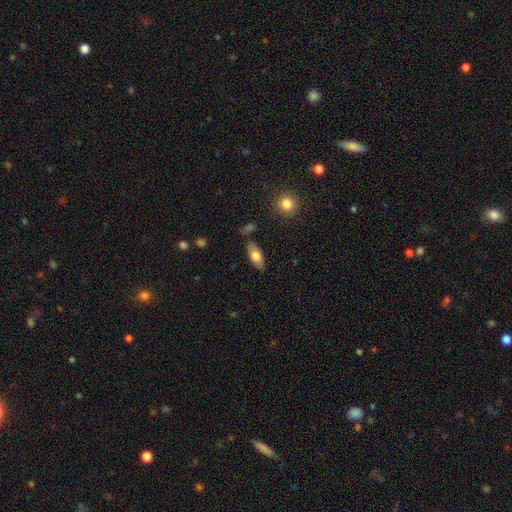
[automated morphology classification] A smooth galaxy with no disk features (73%) that is in between round and cigar-shaped (83%).

Vote fractions:
- Smooth or featured? smooth: 73% / featured or disk: 21% / star or artifact: 6%
- How rounded? in between: 83% / cigar-shaped: 15% / round: 3%
- Merging? none: 79% / minor disturbance: 14% / merger: 4% / major disturbance: 3%